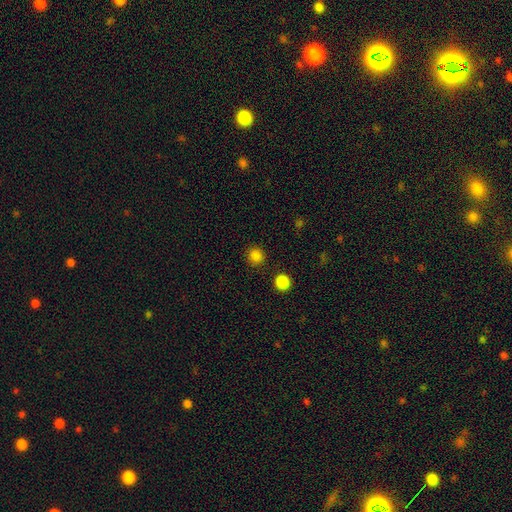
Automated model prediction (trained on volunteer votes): Overall: smooth (84%). How rounded: round (92%). Merging: none (89%).